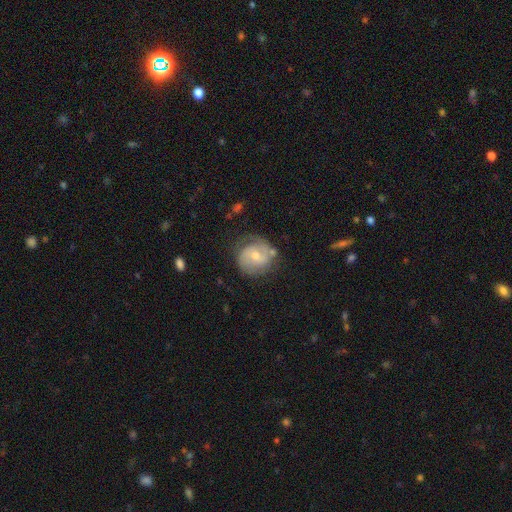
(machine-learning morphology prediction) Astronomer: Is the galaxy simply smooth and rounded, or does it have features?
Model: featured or disk — 66%.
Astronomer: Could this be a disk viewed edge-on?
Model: no — 98%.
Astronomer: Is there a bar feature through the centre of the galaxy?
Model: no — 49% (runner-up: weak, 43%).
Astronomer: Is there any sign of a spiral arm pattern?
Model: yes — 87%.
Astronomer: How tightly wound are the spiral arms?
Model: medium — 43% (runner-up: tight, 39%).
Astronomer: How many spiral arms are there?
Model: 2 — 72%.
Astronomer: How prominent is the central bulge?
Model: moderate — 48% (runner-up: small, 47%).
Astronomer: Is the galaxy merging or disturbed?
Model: none — 67%.